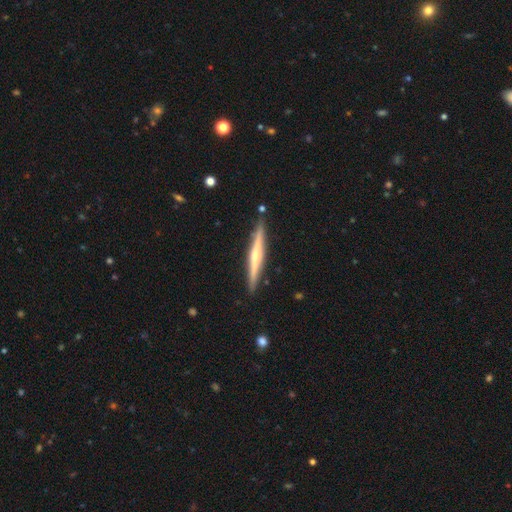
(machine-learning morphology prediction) Smooth or featured?
  - featured or disk: 65% *
  - smooth: 30%
  - star or artifact: 5%
Edge-on disk?
  - yes: 98% *
  - no: 2%
Edge-on bulge?
  - rounded: 58% *
  - none: 33%
  - boxy: 9%
Merging?
  - none: 89% *
  - minor disturbance: 8%
  - merger: 2%
  - major disturbance: 1%